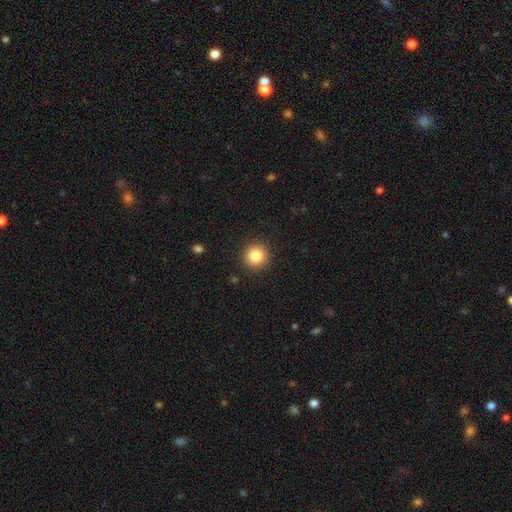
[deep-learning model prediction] Morphology: type=smooth (84%); roundness=round (94%); merging=none (91%).